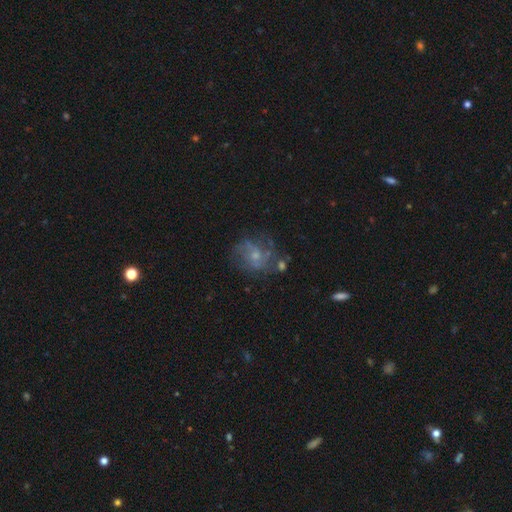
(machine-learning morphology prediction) Smooth or featured: featured or disk — 64% (smooth — 23%)
Edge-on disk: no — 97% (yes — 3%)
Bar: no — 69% (weak — 26%)
Spiral arms: yes — 74% (no — 26%)
Bulge size: small — 64% (moderate — 26%)
Merging: none — 56% (minor disturbance — 21%)